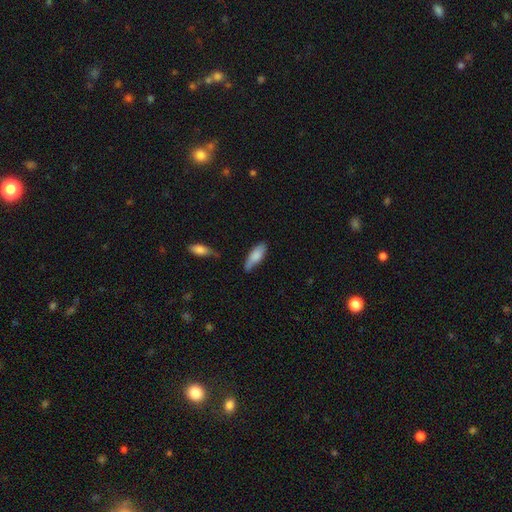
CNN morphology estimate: Overall: smooth (78%). How rounded: in between (65%; cigar-shaped 33%). Merging: none (57%; minor disturbance 32%).